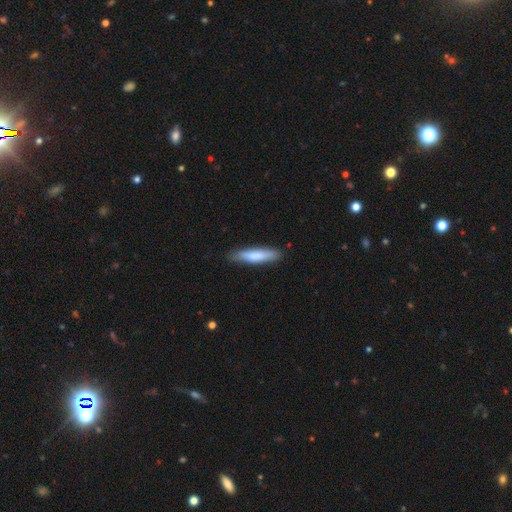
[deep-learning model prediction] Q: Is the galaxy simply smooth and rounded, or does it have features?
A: smooth — 77%.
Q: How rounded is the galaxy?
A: cigar-shaped — 83%.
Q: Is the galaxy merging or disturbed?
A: none — 84%.